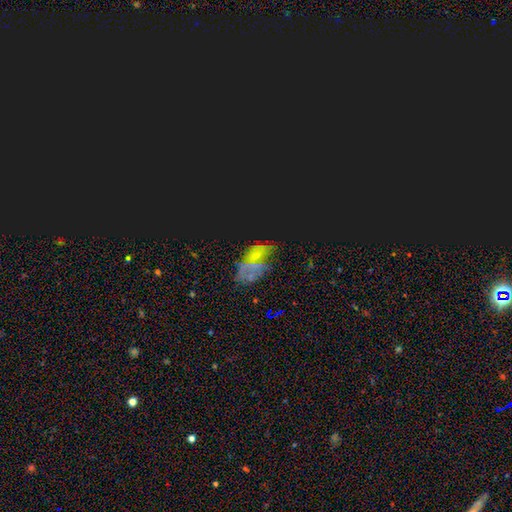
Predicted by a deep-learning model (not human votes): star or artifact 60%, smooth 25%, featured or disk 16%.